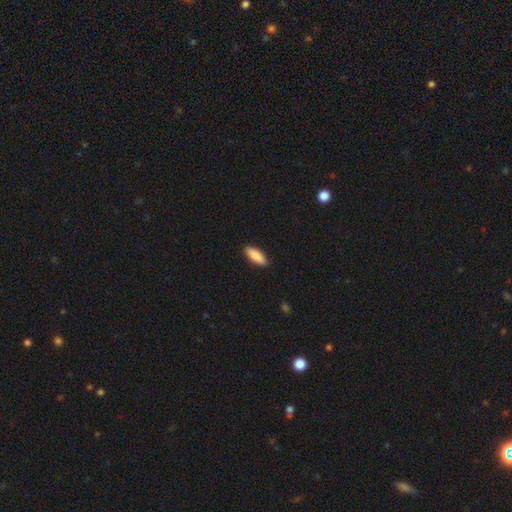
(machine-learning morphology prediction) smooth-or-featured: smooth: 85% | featured or disk: 9% | star or artifact: 6%
  how-rounded: in between: 64% | cigar-shaped: 34% | round: 2%
  merging: none: 90% | minor disturbance: 8% | major disturbance: 2% | merger: 1%